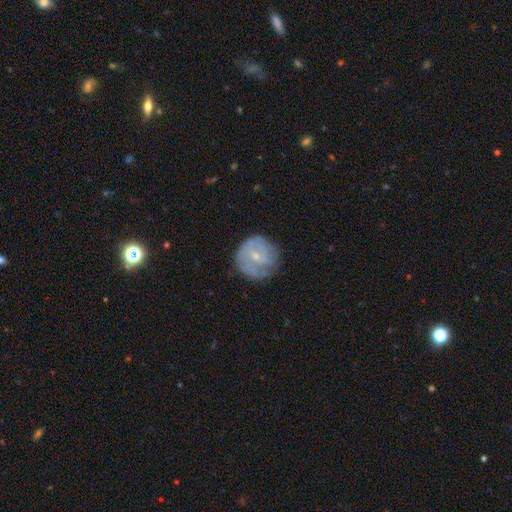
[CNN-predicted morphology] This appears to be a featured or disk galaxy (55%) with no bar (51%), spiral arms (61%) and a small central bulge (62%). Merging: none (62%).